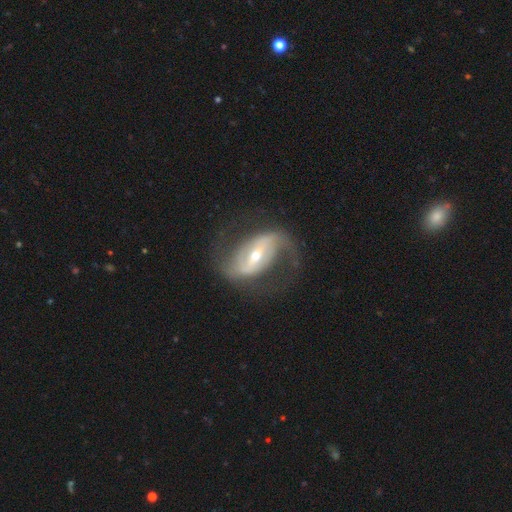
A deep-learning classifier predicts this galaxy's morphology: This is clearly a featured or disk galaxy (87%). It is clearly not viewed edge-on (95%). Bar: possibly strong (57%). Spiral arm pattern: clearly yes (93%). Spiral arm count: clearly 2 (87%). Spiral winding: possibly loose (50%). Central bulge: possibly moderate (48%). Merging: likely none (66%).